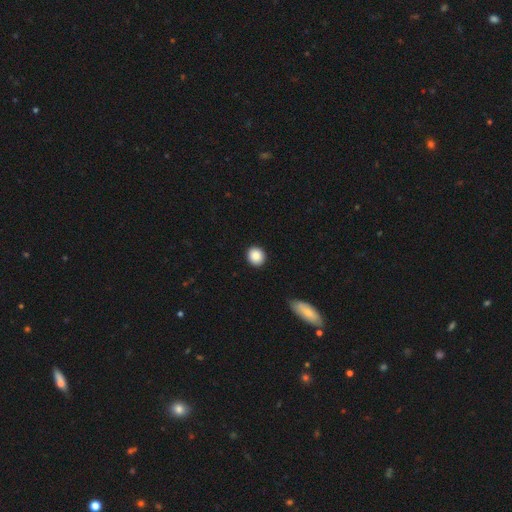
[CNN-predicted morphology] Overall: smooth (88%). How rounded: round (85%). Merging: none (90%).